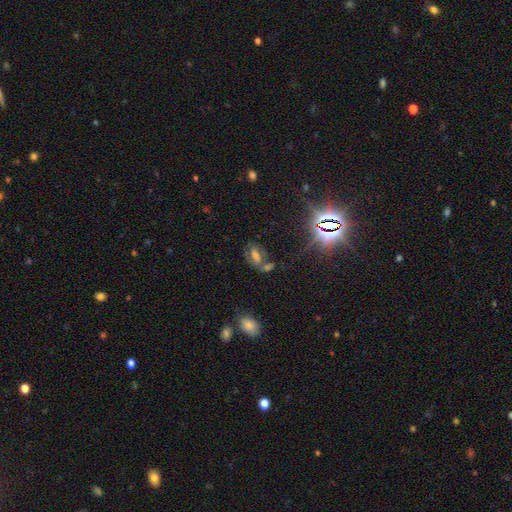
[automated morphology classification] Smooth or featured: star or artifact — 35% (smooth — 33%)